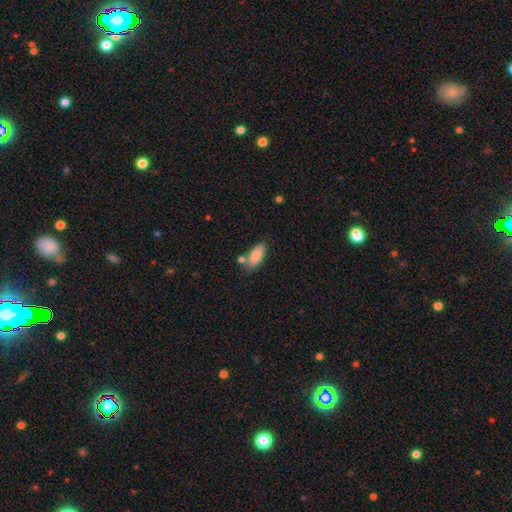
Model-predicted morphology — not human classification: Overall: smooth (86%). How rounded: in between (86%). Merging: none (68%).